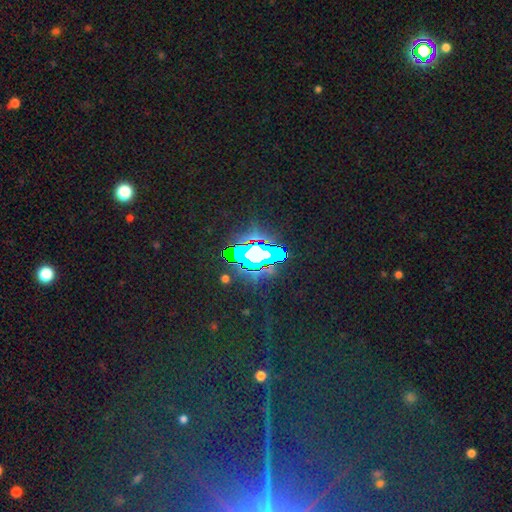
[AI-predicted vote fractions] Q: Smooth or featured?
A: star or artifact (70%); runner-up: smooth (16%)